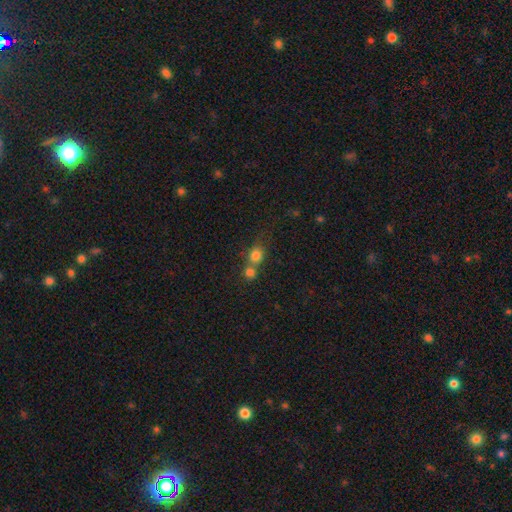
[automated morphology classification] Smooth or featured? smooth (78%)
How rounded? round (78%)
Merging? merger (53%)